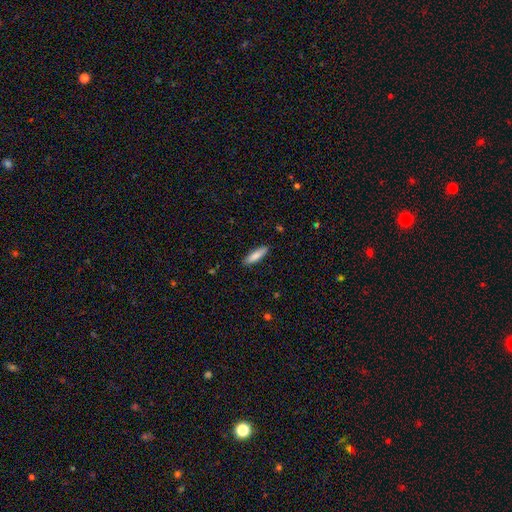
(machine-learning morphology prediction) Smooth or featured?
  - smooth: 85% *
  - featured or disk: 9%
  - star or artifact: 6%
How rounded?
  - cigar-shaped: 67% *
  - in between: 32%
  - round: 1%
Merging?
  - none: 88% *
  - minor disturbance: 9%
  - major disturbance: 2%
  - merger: 1%